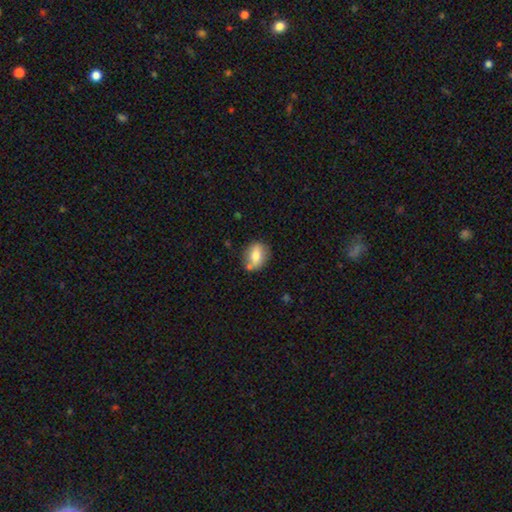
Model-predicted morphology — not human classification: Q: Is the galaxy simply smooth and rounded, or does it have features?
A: smooth — 65%.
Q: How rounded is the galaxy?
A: in between — 59%.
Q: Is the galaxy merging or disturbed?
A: none — 73%.